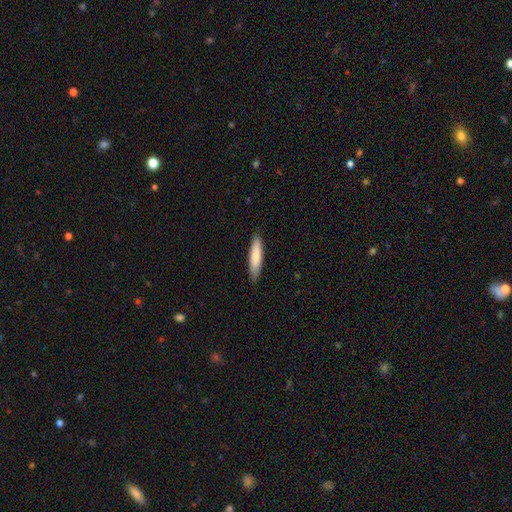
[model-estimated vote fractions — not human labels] Smooth or featured?
  - smooth: 82% *
  - featured or disk: 13%
  - star or artifact: 5%
How rounded?
  - cigar-shaped: 79% *
  - in between: 20%
  - round: 1%
Merging?
  - none: 87% *
  - minor disturbance: 10%
  - major disturbance: 2%
  - merger: 1%